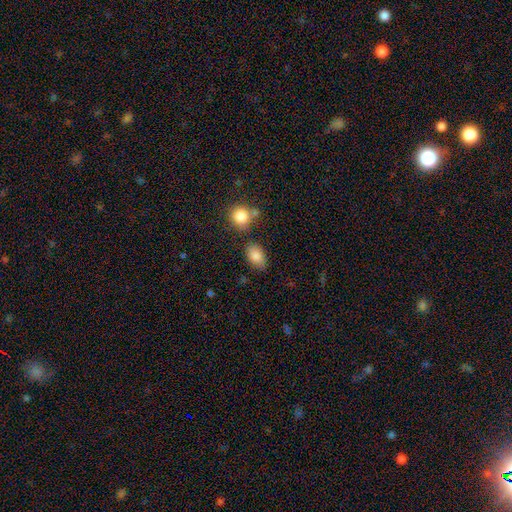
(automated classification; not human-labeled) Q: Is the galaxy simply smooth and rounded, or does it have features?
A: smooth — 84%.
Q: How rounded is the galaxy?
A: in between — 85%.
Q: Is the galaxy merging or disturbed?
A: none — 76%.